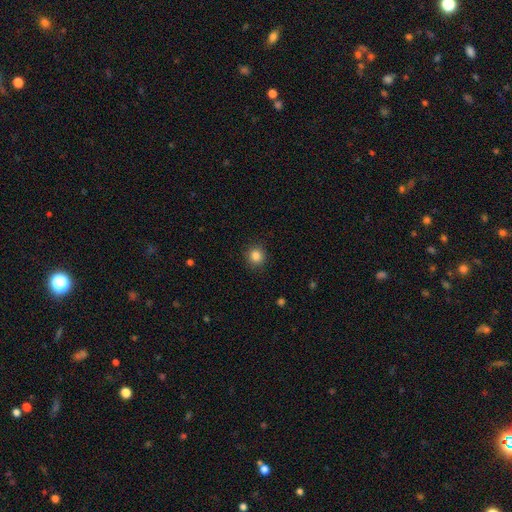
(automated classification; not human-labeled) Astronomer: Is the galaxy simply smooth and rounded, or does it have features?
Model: smooth — 85%.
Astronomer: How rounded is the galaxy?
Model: round — 92%.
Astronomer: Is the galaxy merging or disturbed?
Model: none — 90%.